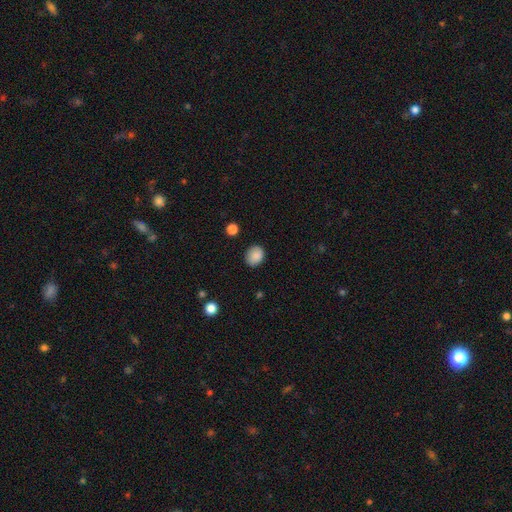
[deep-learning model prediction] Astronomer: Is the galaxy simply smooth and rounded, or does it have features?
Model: smooth — 88%.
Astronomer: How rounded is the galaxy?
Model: round — 53% (runner-up: in between, 46%).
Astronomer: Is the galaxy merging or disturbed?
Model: none — 83%.